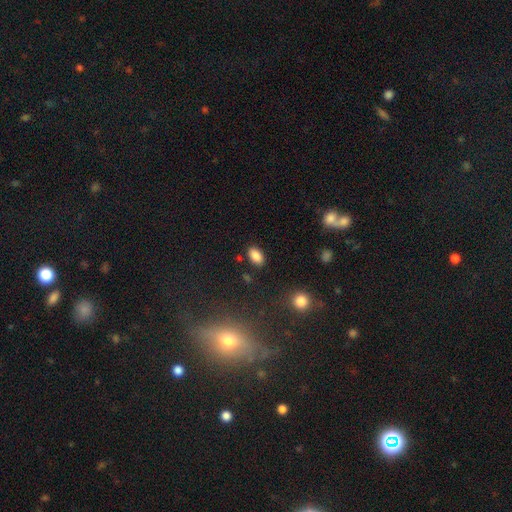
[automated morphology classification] Smooth or featured? smooth (86%)
How rounded? in between (91%)
Merging? none (85%)